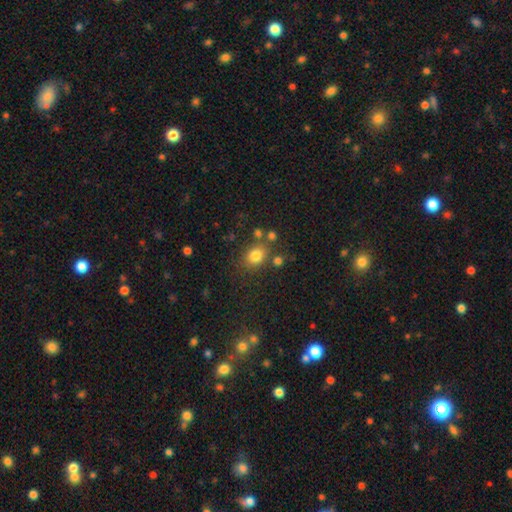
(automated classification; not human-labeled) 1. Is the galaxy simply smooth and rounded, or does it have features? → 79% smooth, 14% star or artifact, 8% featured or disk.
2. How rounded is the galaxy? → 54% round, 45% in between, 1% cigar-shaped.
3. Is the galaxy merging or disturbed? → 72% none, 13% minor disturbance, 10% merger, 5% major disturbance.